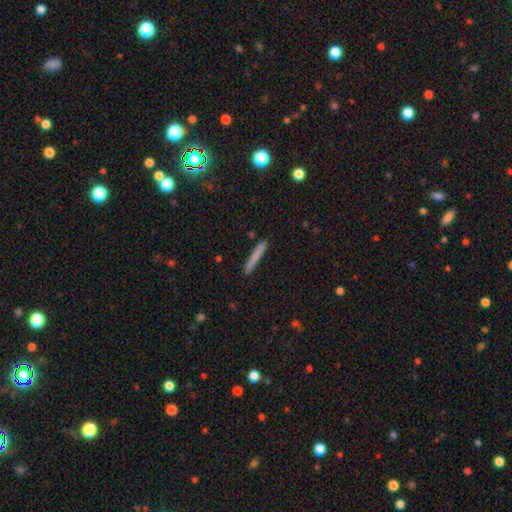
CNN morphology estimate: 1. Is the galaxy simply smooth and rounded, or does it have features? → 75% smooth, 17% featured or disk, 8% star or artifact.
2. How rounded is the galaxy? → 96% cigar-shaped, 3% in between, 1% round.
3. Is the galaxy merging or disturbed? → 88% none, 9% minor disturbance, 2% major disturbance, 2% merger.